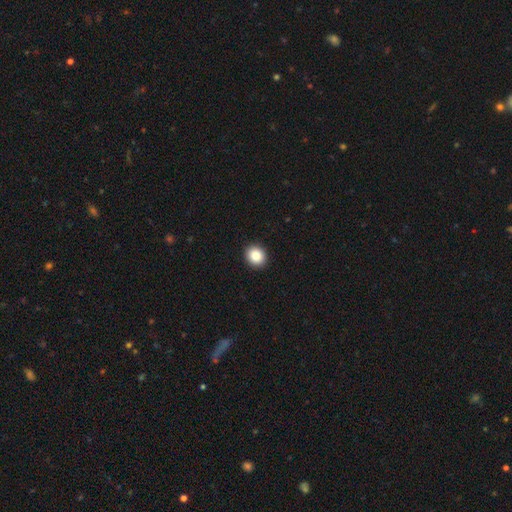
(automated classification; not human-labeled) This is clearly a smooth galaxy (86%). How rounded: likely round (76%). Merging: clearly none (93%).